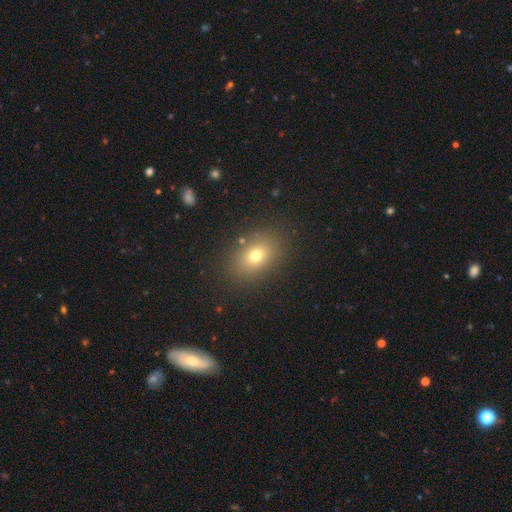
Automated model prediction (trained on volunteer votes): smooth-or-featured: smooth: 71% | star or artifact: 16% | featured or disk: 14%
  how-rounded: in between: 69% | round: 30% | cigar-shaped: 2%
  merging: none: 84% | minor disturbance: 10% | major disturbance: 4% | merger: 2%